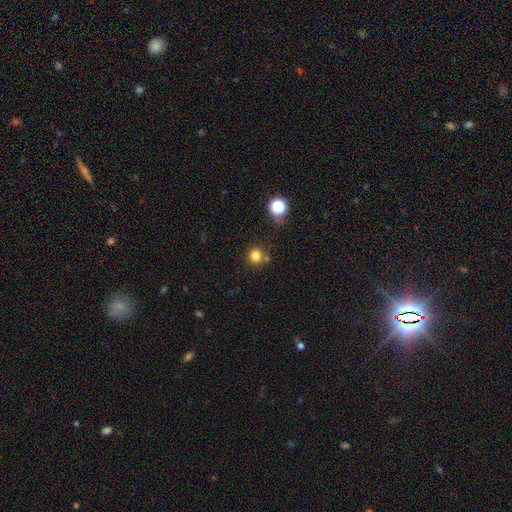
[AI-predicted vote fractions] smooth_or_featured: smooth (p=0.80) [alt: star or artifact p=0.15]
how_rounded: round (p=0.93) [alt: in between p=0.07]
merging: none (p=0.75) [alt: merger p=0.11]